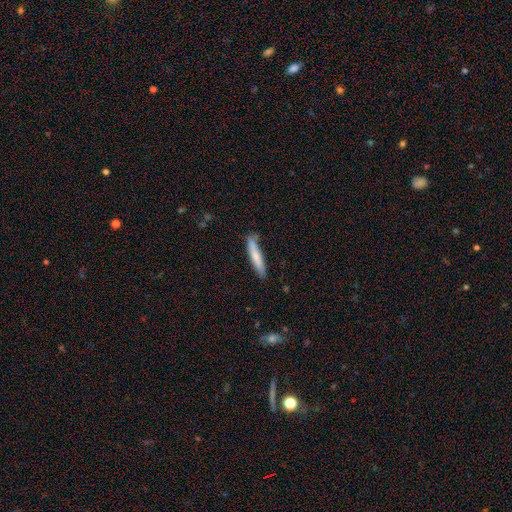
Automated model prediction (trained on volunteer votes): smooth_or_featured: smooth (p=0.74) [alt: featured or disk p=0.21]
how_rounded: cigar-shaped (p=0.91) [alt: in between p=0.08]
merging: none (p=0.78) [alt: minor disturbance p=0.16]